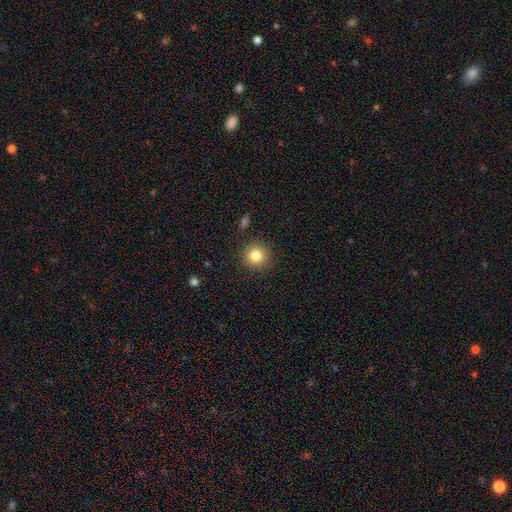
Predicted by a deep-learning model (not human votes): Morphology: type=smooth (82%); roundness=round (94%); merging=none (90%).